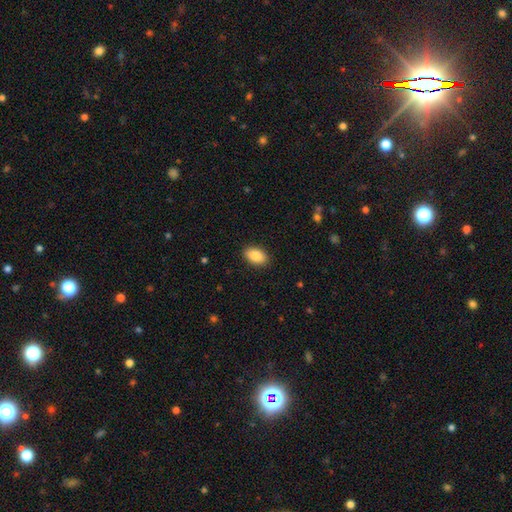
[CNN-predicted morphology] A smooth galaxy with no disk features (88%) that is in between round and cigar-shaped (91%).

Vote fractions:
- Smooth or featured? smooth: 88% / star or artifact: 7% / featured or disk: 4%
- How rounded? in between: 91% / round: 8% / cigar-shaped: 1%
- Merging? none: 89% / minor disturbance: 8% / major disturbance: 2% / merger: 1%